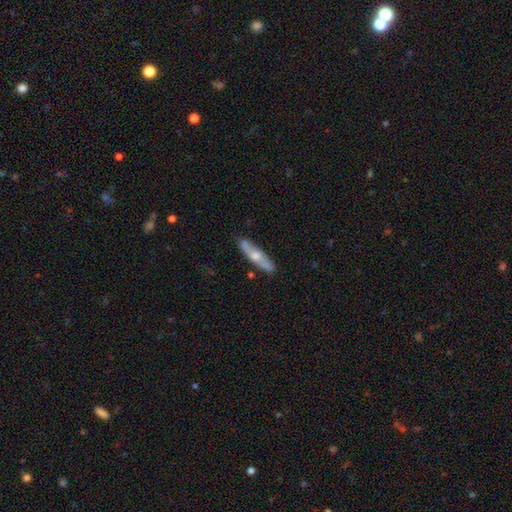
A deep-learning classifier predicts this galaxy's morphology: Smooth or featured?
  - featured or disk: 50% *
  - smooth: 45%
  - star or artifact: 5%
Edge-on disk?
  - yes: 69% *
  - no: 31%
Merging?
  - none: 82% *
  - minor disturbance: 13%
  - major disturbance: 2%
  - merger: 2%